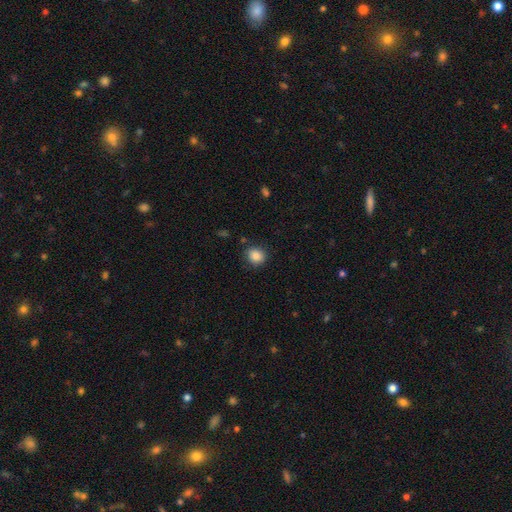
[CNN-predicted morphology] This is clearly a smooth galaxy (87%). How rounded: clearly round (81%). Merging: clearly none (85%).